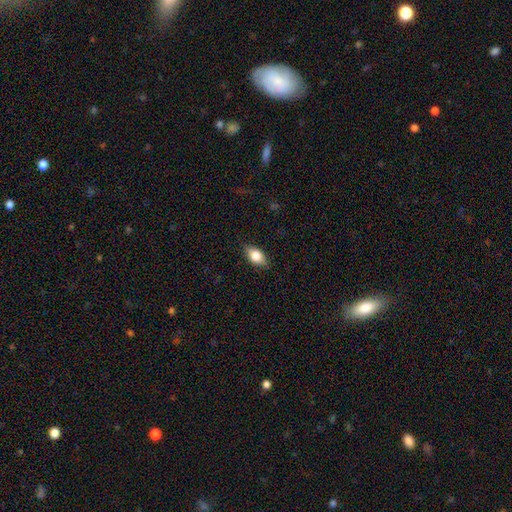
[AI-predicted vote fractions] smooth_or_featured: smooth (p=0.79) [alt: featured or disk p=0.13]
how_rounded: in between (p=0.88) [alt: round p=0.07]
merging: none (p=0.84) [alt: minor disturbance p=0.12]